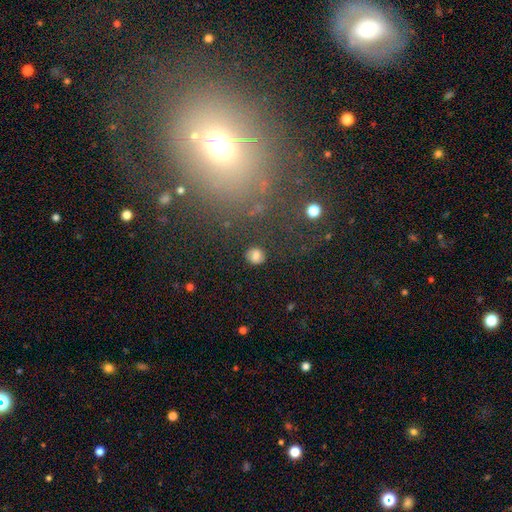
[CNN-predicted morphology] Smooth or featured? smooth (76%)
How rounded? round (82%)
Merging? none (82%)